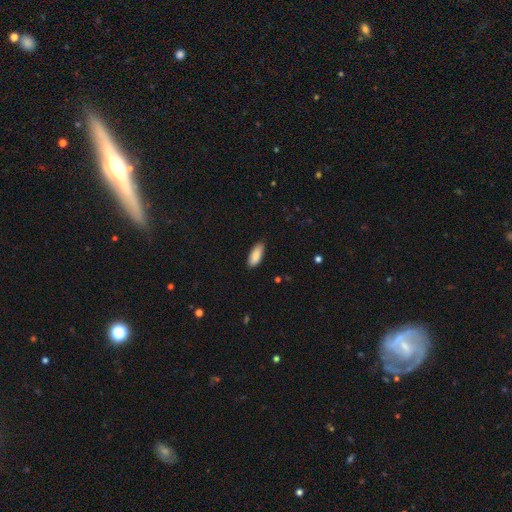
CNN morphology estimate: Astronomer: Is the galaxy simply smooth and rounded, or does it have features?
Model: smooth — 88%.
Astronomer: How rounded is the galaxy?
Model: in between — 82%.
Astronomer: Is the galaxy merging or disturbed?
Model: none — 85%.